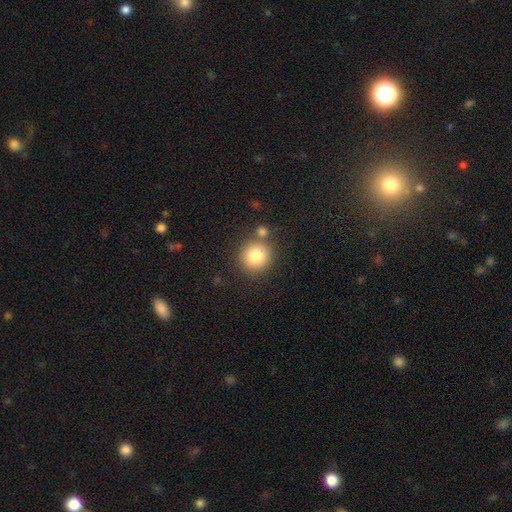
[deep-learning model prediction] Q: Smooth or featured?
A: smooth (82%); runner-up: star or artifact (10%)
Q: How rounded?
A: round (92%); runner-up: in between (7%)
Q: Merging?
A: none (74%); runner-up: merger (14%)